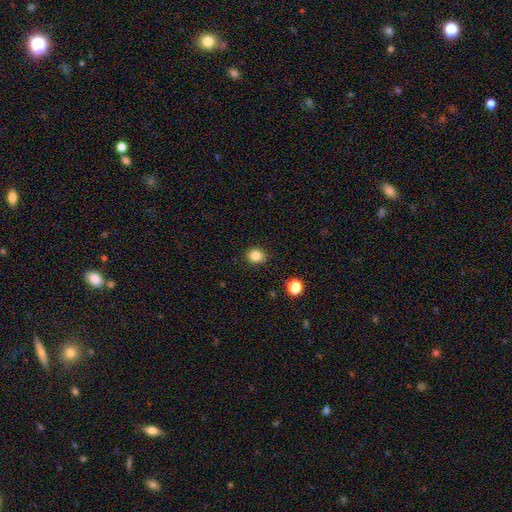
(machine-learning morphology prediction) A smooth galaxy with no disk features (84%) that is round (76%). Merging: none (89%).